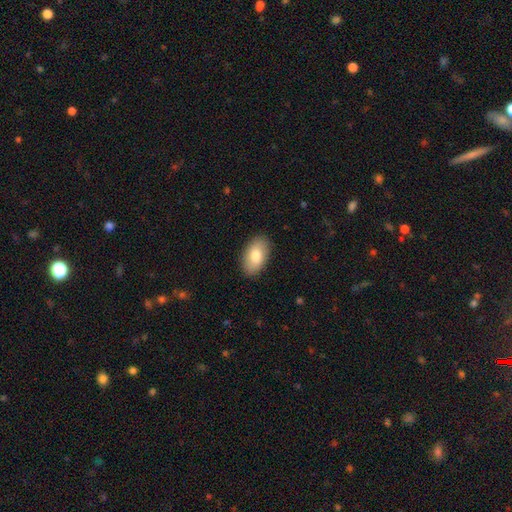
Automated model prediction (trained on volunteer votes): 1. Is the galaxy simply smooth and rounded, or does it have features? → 79% smooth, 14% featured or disk, 6% star or artifact.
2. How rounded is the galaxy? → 94% in between, 5% round, 2% cigar-shaped.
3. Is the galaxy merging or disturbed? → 88% none, 9% minor disturbance, 2% major disturbance, 1% merger.